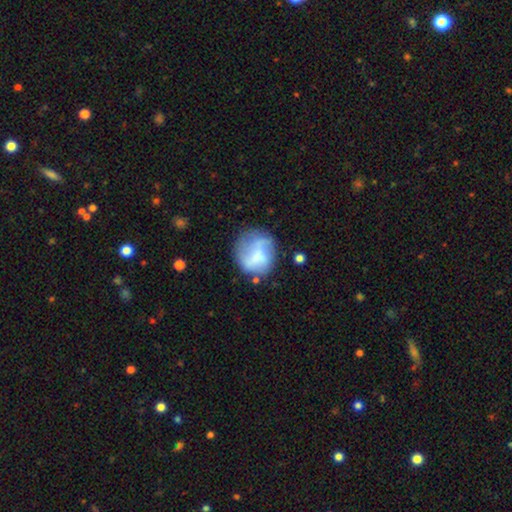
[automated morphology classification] A smooth galaxy with no disk features (56%) that is round (75%).

Vote fractions:
- Smooth or featured? smooth: 56% / featured or disk: 35% / star or artifact: 9%
- How rounded? round: 75% / in between: 24% / cigar-shaped: 1%
- Merging? none: 52% / minor disturbance: 24% / major disturbance: 18% / merger: 7%